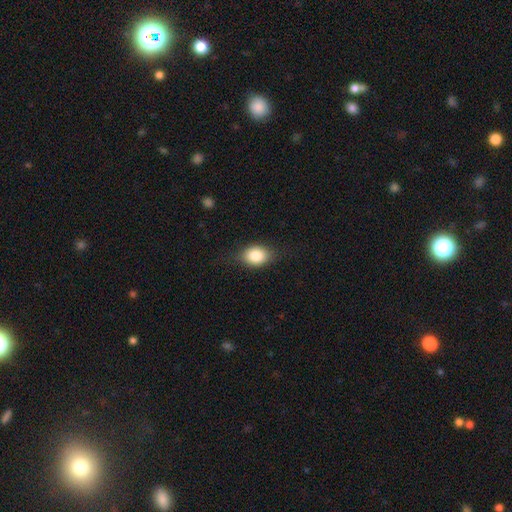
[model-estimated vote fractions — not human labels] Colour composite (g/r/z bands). It shows a smooth galaxy with no disk features (82%) that is in between round and cigar-shaped (65%). Merging: none (77%).